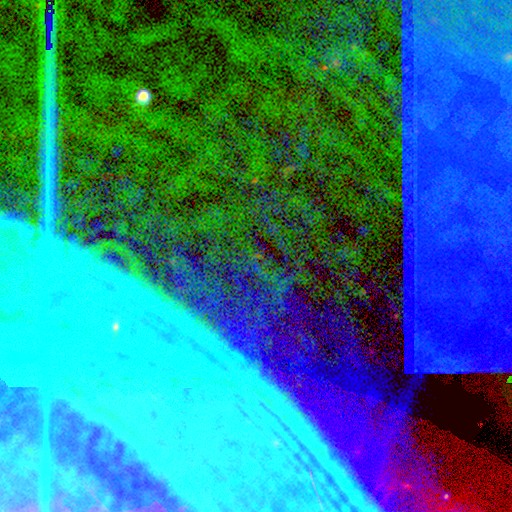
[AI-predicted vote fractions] Smooth or featured? Predicted: star or artifact (p=0.71).